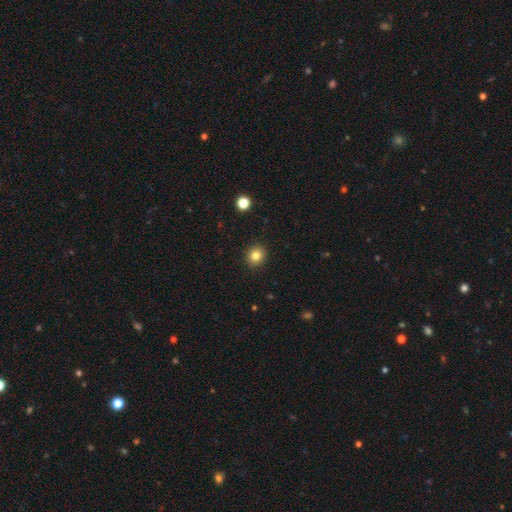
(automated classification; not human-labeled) Q: Smooth or featured?
A: smooth (82%); runner-up: star or artifact (12%)
Q: How rounded?
A: round (87%); runner-up: in between (13%)
Q: Merging?
A: none (92%); runner-up: minor disturbance (6%)